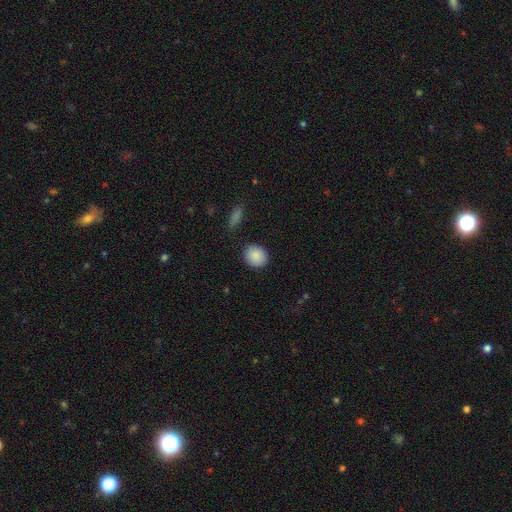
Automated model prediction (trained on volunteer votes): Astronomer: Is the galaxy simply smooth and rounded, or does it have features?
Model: smooth — 88%.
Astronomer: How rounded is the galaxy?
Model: round — 65%.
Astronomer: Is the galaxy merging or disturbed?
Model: none — 87%.